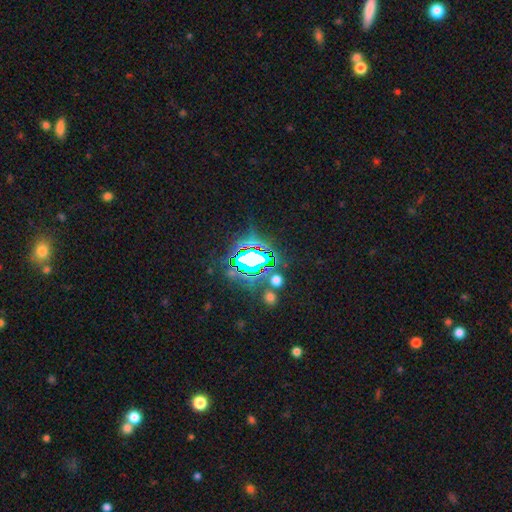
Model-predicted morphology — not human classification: This is likely a star or artifact rather than a galaxy (72%).